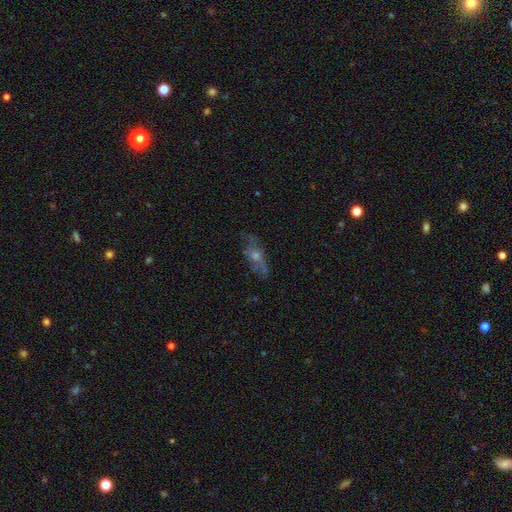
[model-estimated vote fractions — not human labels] Smooth or featured: featured or disk — 51% (smooth — 32%)
Edge-on disk: no — 63% (yes — 37%)
Merging: none — 67% (minor disturbance — 21%)